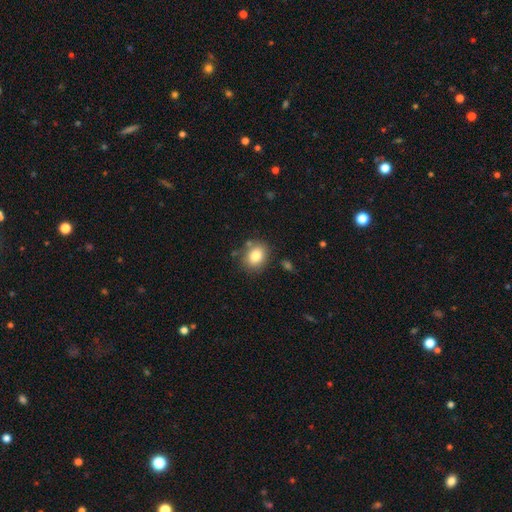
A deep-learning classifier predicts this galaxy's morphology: Overall: smooth (82%). How rounded: round (52%; in between 47%). Merging: none (79%).